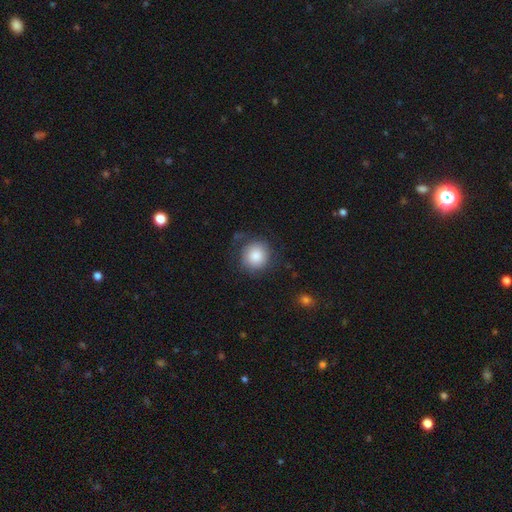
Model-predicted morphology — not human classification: smooth 79%, featured or disk 14%, star or artifact 7%. Down the decision tree: how rounded — round (90%); merging — none (69%).